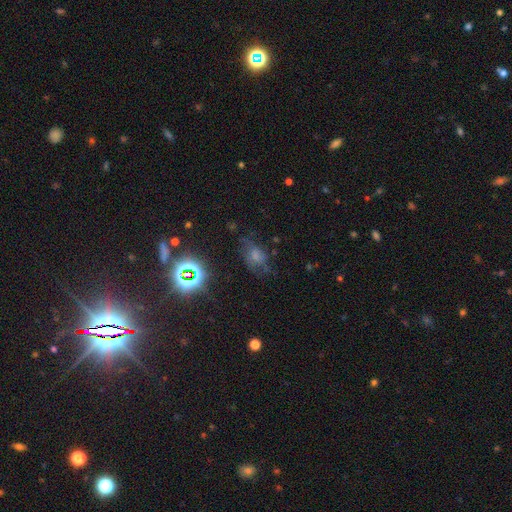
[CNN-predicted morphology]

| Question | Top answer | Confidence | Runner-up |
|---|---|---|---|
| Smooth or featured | smooth | 43% | star or artifact (30%) |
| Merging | none | 50% | minor disturbance (26%) |